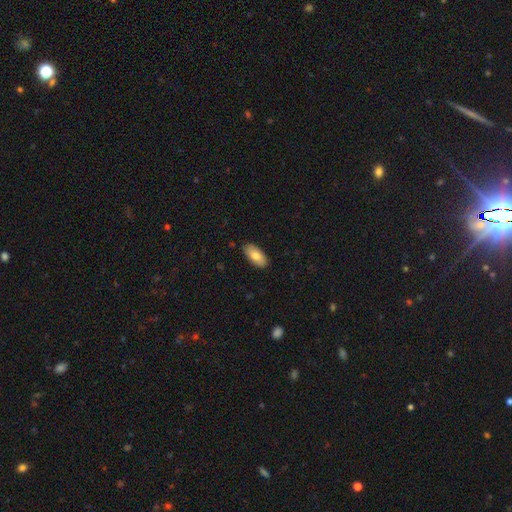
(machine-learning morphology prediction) This appears to be a smooth galaxy with no disk features (78%) that is in between round and cigar-shaped (92%). Merging: none (88%).